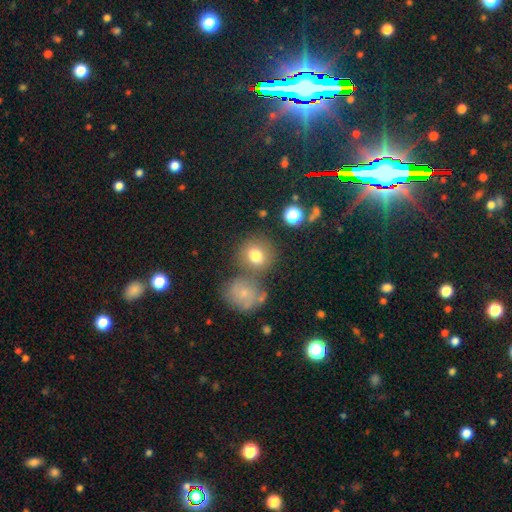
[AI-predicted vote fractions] smooth-or-featured: smooth: 77% | star or artifact: 12% | featured or disk: 11%
  how-rounded: round: 80% | in between: 19% | cigar-shaped: 1%
  merging: none: 62% | merger: 21% | minor disturbance: 12% | major disturbance: 5%